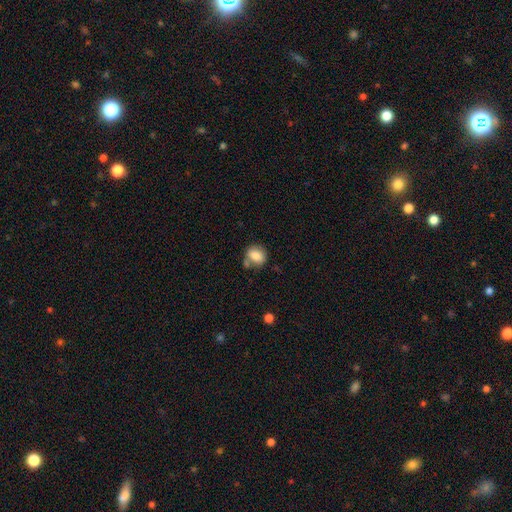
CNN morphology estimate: smooth_or_featured: smooth (p=0.82) [alt: featured or disk p=0.10]
how_rounded: round (p=0.54) [alt: in between p=0.45]
merging: none (p=0.54) [alt: minor disturbance p=0.20]